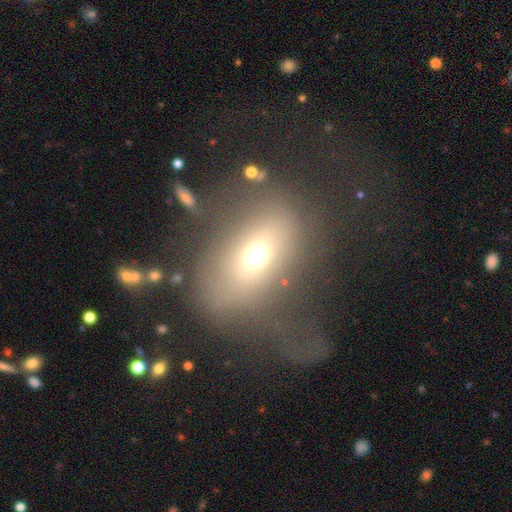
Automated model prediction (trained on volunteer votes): Overall: smooth (58%; featured or disk 27%). How rounded: in between (68%; round 29%). Merging: major disturbance (46%; none 31%).